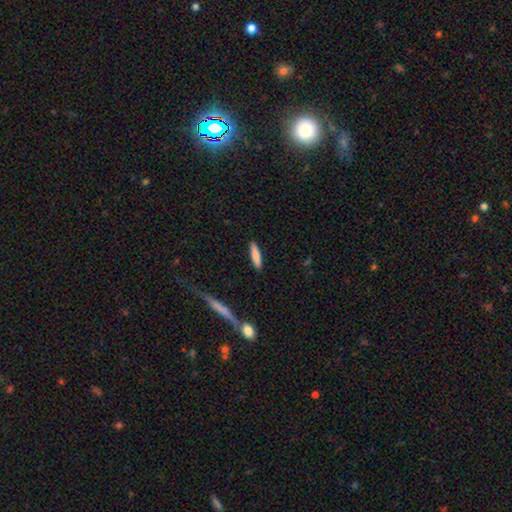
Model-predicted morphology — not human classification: Smooth or featured? Predicted: smooth (p=0.82). How rounded? Predicted: cigar-shaped (p=0.79). Merging? Predicted: none (p=0.89).